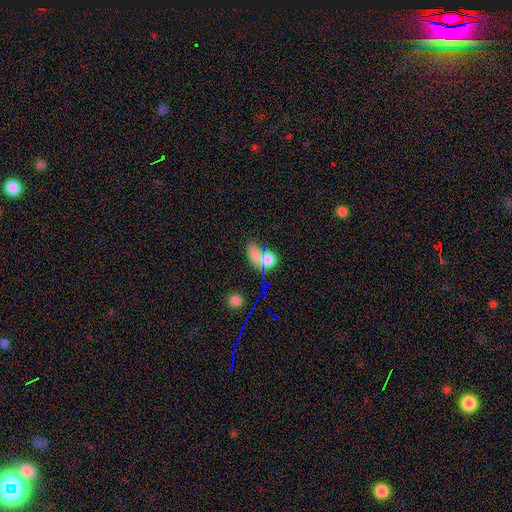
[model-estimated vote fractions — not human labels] Overall: smooth (69%). How rounded: in between (52%; round 41%). Merging: merger (45%; none 34%).